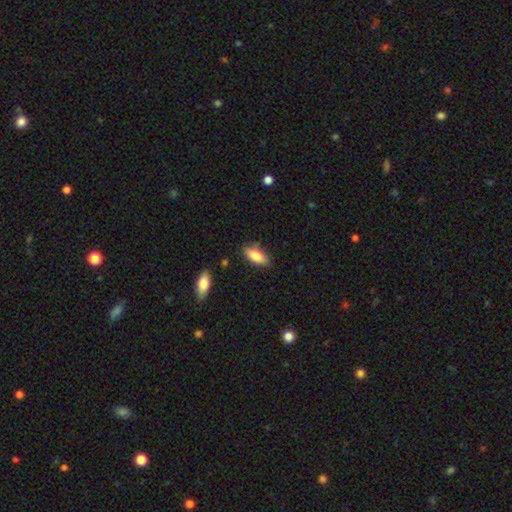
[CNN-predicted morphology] type=smooth (82%); roundness=in between (83%); merging=none (79%).